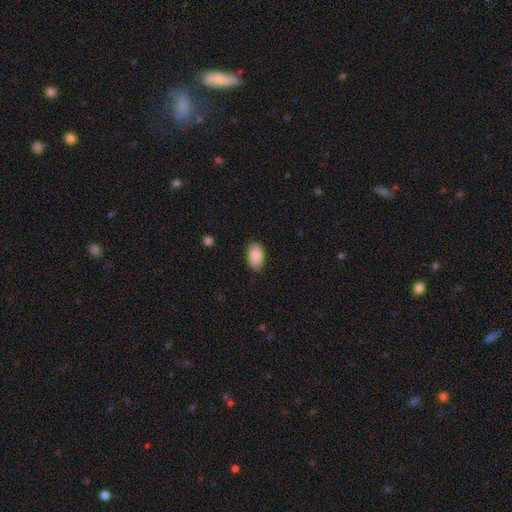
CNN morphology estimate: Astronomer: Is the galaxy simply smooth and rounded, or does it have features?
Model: smooth — 81%.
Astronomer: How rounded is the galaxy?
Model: in between — 91%.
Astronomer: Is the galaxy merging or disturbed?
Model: none — 80%.